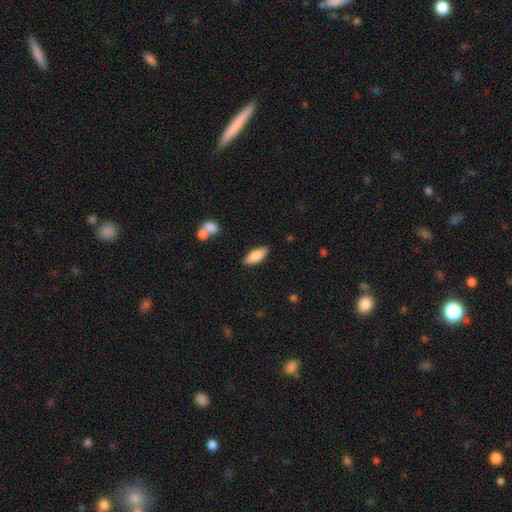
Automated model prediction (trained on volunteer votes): Smooth or featured?
  - smooth: 80% *
  - featured or disk: 13%
  - star or artifact: 6%
How rounded?
  - in between: 74% *
  - cigar-shaped: 24%
  - round: 2%
Merging?
  - none: 85% *
  - minor disturbance: 11%
  - major disturbance: 2%
  - merger: 2%